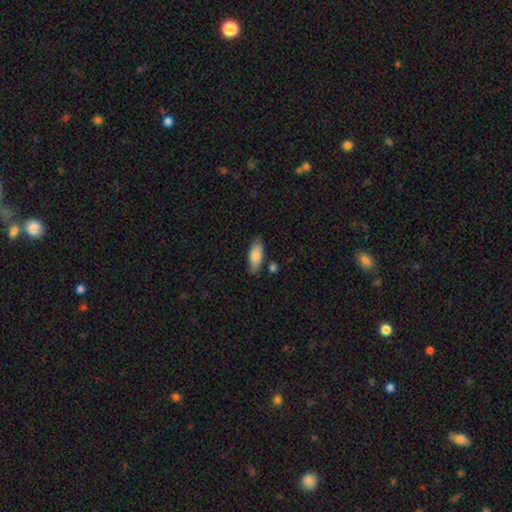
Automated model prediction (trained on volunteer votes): Morphology: type=smooth (81%); roundness=in between (79%); merging=none (77%).